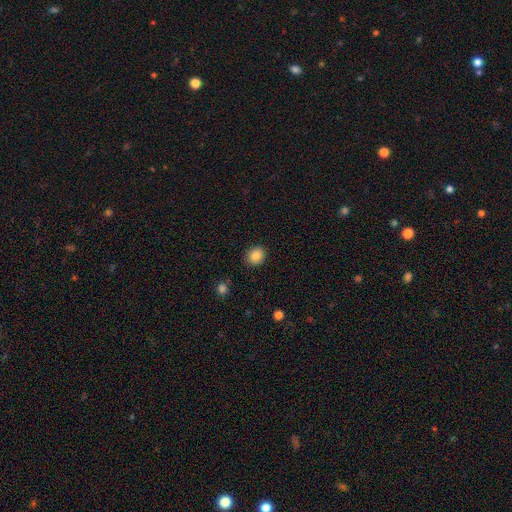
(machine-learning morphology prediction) Smooth or featured? smooth (85%)
How rounded? round (75%)
Merging? none (89%)